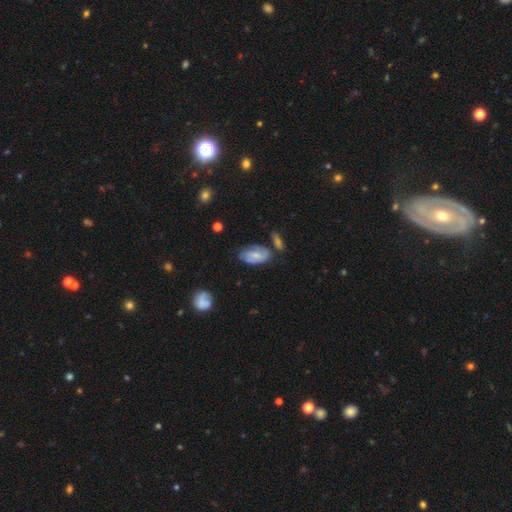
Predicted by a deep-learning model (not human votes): Smooth or featured? featured or disk (53%)
Edge-on disk? no (93%)
Merging? none (56%)